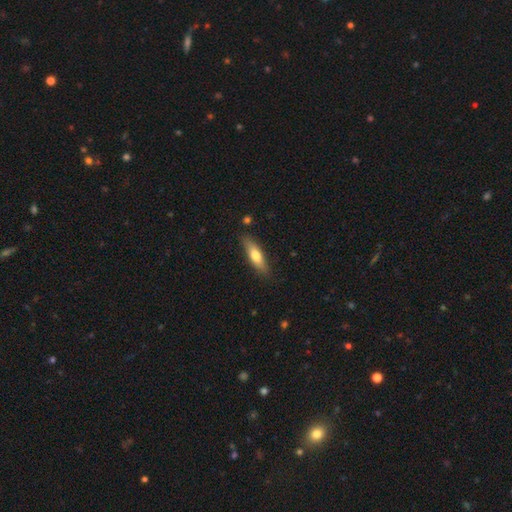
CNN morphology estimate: The model was most divided on "how rounded": cigar-shaped: 59%, in between: 39%, round: 2%. More confident: merging — none (84%); smooth or featured — smooth (65%).